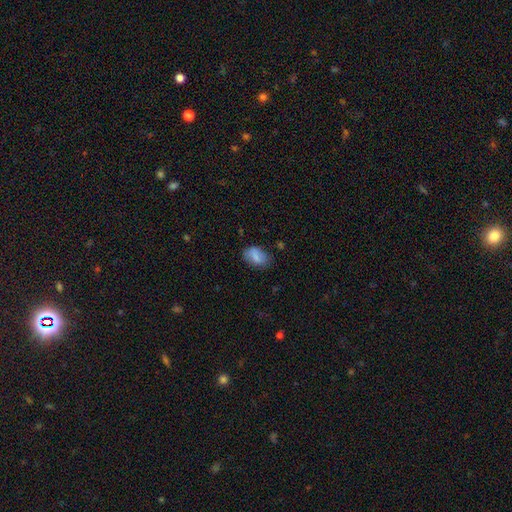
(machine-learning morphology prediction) A smooth galaxy with no disk features (79%) that is in between round and cigar-shaped (87%). Merging: none (72%).